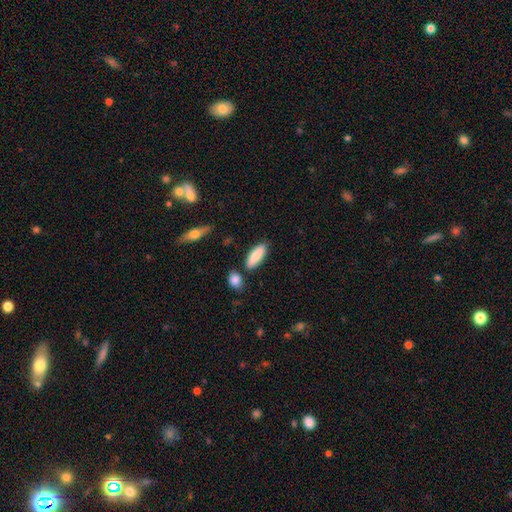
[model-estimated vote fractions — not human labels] Smooth or featured?
  - smooth: 86% *
  - featured or disk: 8%
  - star or artifact: 6%
How rounded?
  - in between: 64% *
  - cigar-shaped: 34%
  - round: 2%
Merging?
  - none: 79% *
  - minor disturbance: 12%
  - merger: 7%
  - major disturbance: 3%